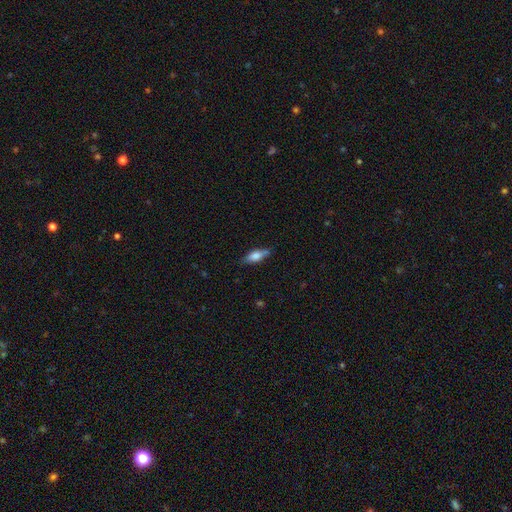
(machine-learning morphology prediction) Smooth or featured? Predicted: smooth (p=0.62). How rounded? Predicted: in between (p=0.60). Merging? Predicted: none (p=0.77).